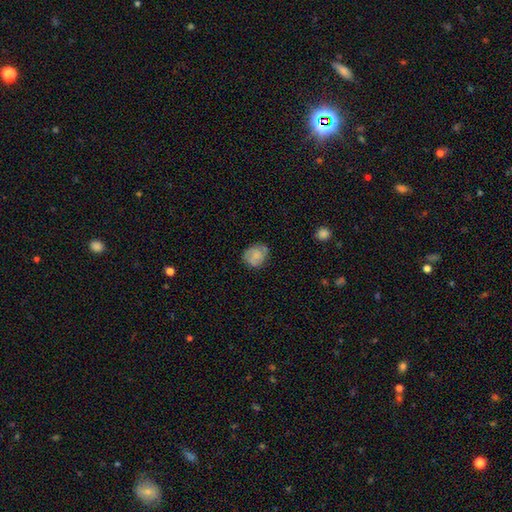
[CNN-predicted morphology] This appears to be a smooth galaxy with no disk features (63%) that is round (68%). Merging: none (69%).